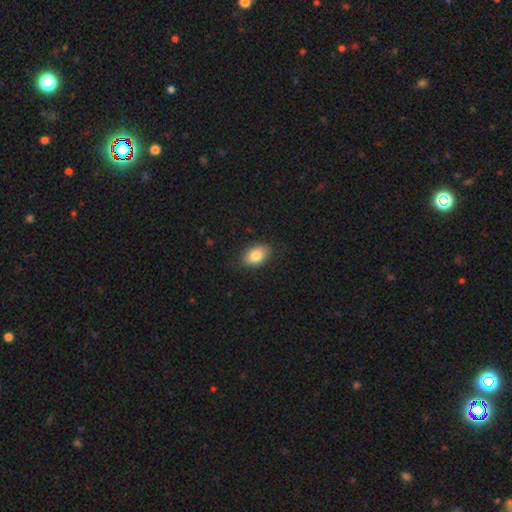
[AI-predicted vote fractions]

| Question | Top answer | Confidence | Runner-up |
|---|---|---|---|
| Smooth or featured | smooth | 83% | featured or disk (10%) |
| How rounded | in between | 87% | round (12%) |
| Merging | none | 83% | minor disturbance (13%) |